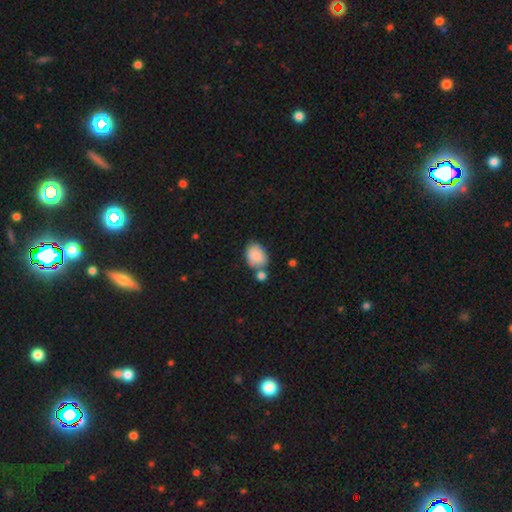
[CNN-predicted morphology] Smooth or featured? smooth (83%)
How rounded? in between (74%)
Merging? none (48%)